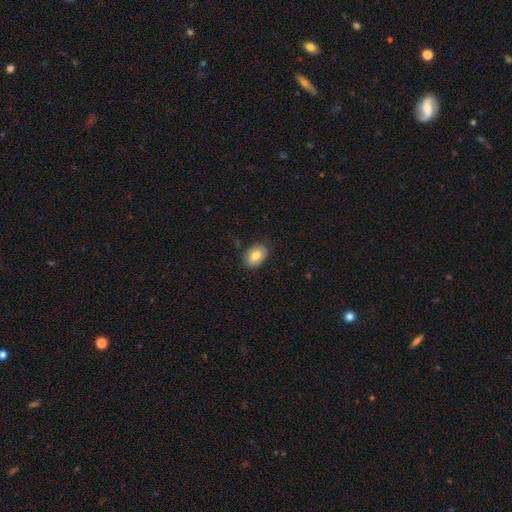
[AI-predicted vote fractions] smooth_or_featured: smooth (p=0.76) [alt: featured or disk p=0.16]
how_rounded: in between (p=0.77) [alt: round p=0.22]
merging: none (p=0.85) [alt: minor disturbance p=0.12]